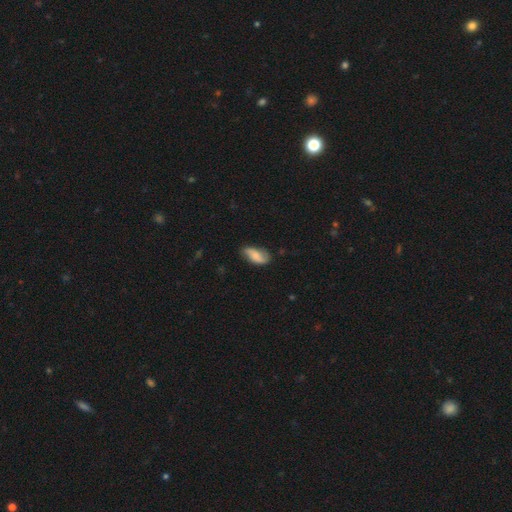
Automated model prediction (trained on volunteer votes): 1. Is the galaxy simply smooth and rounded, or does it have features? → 55% smooth, 38% featured or disk, 7% star or artifact.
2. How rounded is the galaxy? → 89% in between, 8% cigar-shaped, 3% round.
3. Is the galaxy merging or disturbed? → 66% none, 26% minor disturbance, 6% major disturbance, 2% merger.